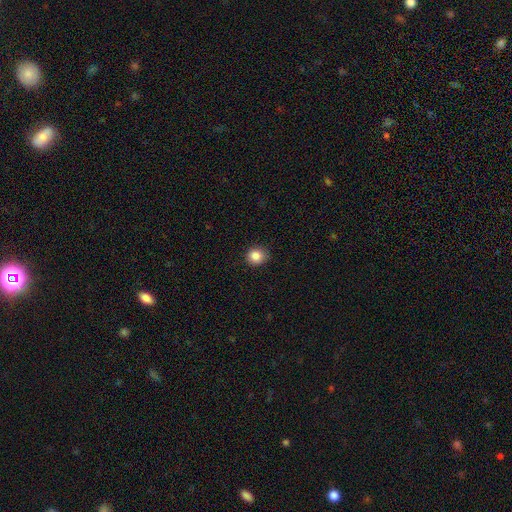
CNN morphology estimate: Smooth or featured?
  - smooth: 86% *
  - star or artifact: 10%
  - featured or disk: 4%
How rounded?
  - round: 87% *
  - in between: 12%
  - cigar-shaped: 1%
Merging?
  - none: 89% *
  - minor disturbance: 8%
  - major disturbance: 2%
  - merger: 1%